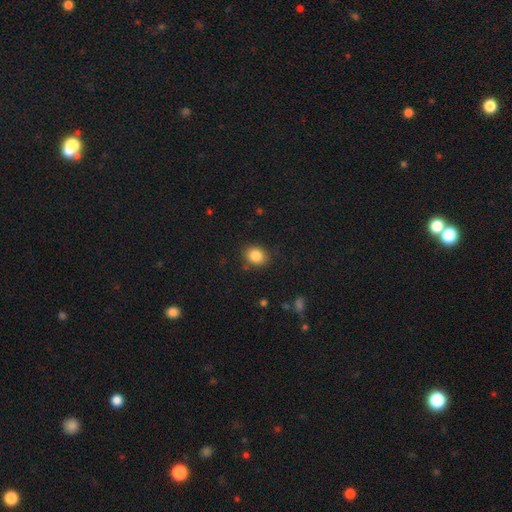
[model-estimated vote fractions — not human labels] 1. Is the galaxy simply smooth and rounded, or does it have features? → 86% smooth, 10% star or artifact, 5% featured or disk.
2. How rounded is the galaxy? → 62% round, 37% in between, 1% cigar-shaped.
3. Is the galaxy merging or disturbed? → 85% none, 10% minor disturbance, 3% major disturbance, 2% merger.